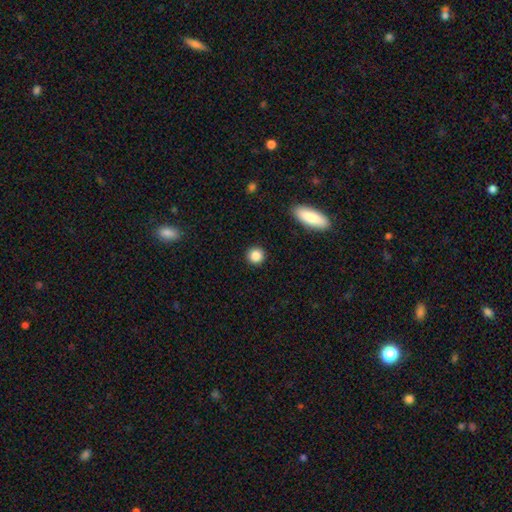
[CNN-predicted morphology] The model was most divided on "smooth or featured": smooth: 87%, star or artifact: 9%, featured or disk: 4%. More confident: how rounded — round (93%); merging — none (92%).